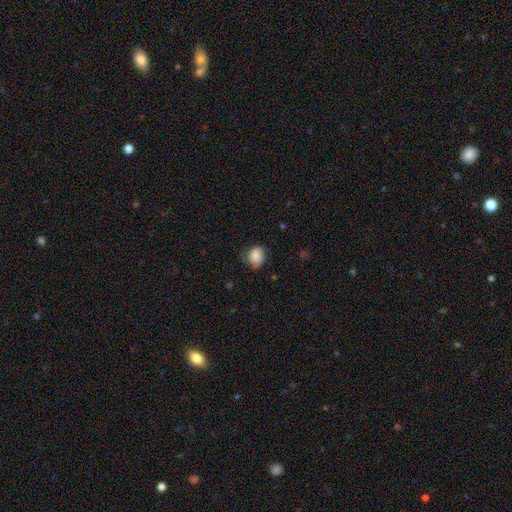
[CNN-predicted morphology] type=smooth (83%); roundness=round (55%); merging=none (63%).